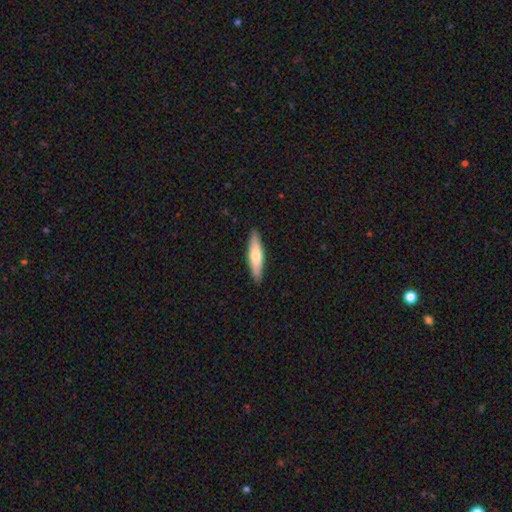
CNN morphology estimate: Overall: smooth (64%; featured or disk 32%). How rounded: cigar-shaped (79%). Merging: none (90%).